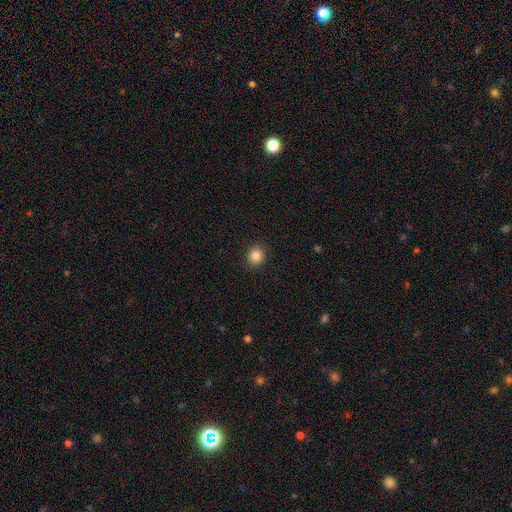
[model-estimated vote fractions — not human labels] smooth 85%, star or artifact 11%, featured or disk 5%. Down the decision tree: how rounded — round (81%); merging — none (91%).